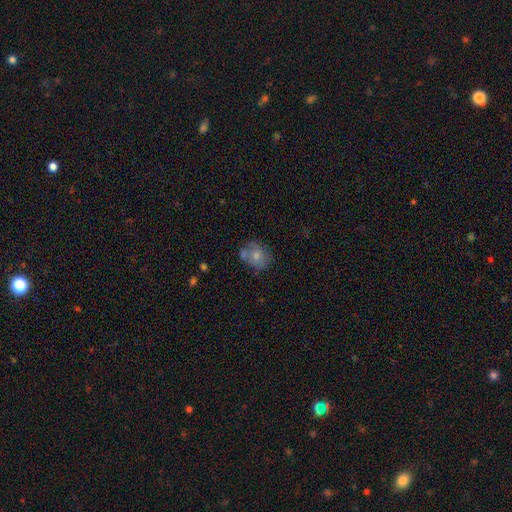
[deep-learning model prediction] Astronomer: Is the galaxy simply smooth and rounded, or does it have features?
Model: smooth — 70%.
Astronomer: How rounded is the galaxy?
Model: round — 61% (runner-up: in between, 38%).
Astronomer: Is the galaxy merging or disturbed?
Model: none — 49%.